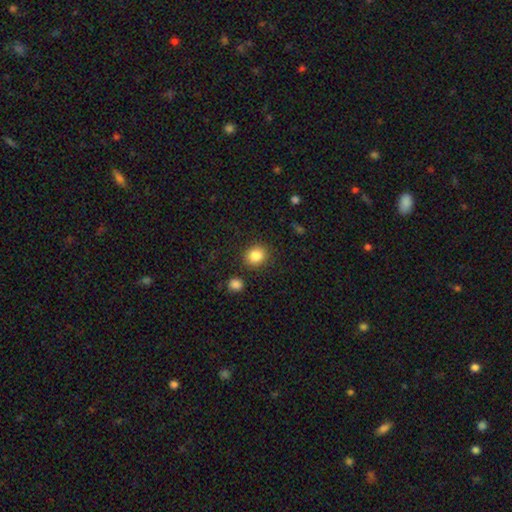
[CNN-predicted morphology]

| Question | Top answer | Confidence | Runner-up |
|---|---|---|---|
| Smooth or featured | smooth | 86% | star or artifact (9%) |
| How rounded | round | 75% | in between (24%) |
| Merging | none | 87% | minor disturbance (8%) |